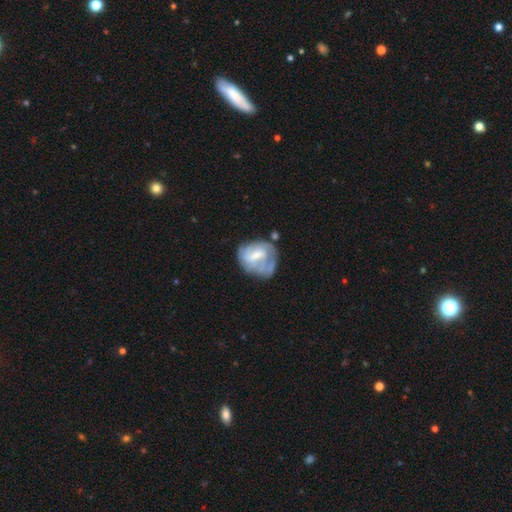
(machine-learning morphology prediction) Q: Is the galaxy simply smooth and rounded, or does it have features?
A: featured or disk — 57%.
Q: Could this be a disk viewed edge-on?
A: no — 97%.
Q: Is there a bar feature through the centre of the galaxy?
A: weak — 49%.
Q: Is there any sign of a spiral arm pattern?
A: yes — 52%.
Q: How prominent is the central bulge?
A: moderate — 43%.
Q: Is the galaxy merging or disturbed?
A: none — 40%.